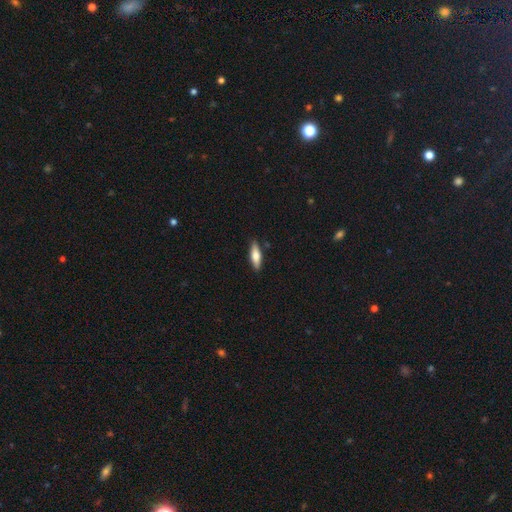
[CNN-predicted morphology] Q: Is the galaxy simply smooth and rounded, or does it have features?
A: smooth — 66%.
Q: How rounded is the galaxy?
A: cigar-shaped — 51%.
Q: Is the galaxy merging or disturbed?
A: none — 87%.